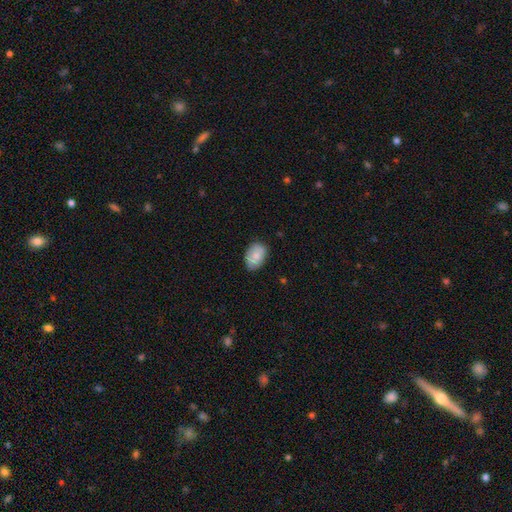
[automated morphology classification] smooth-or-featured: smooth: 79% | featured or disk: 15% | star or artifact: 7%
  how-rounded: in between: 84% | round: 15% | cigar-shaped: 1%
  merging: none: 79% | minor disturbance: 17% | major disturbance: 3% | merger: 1%